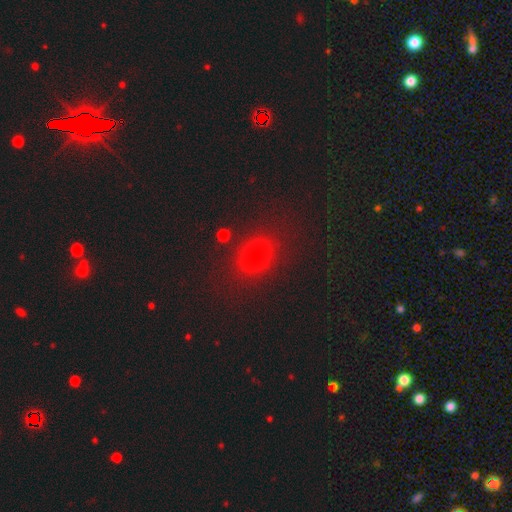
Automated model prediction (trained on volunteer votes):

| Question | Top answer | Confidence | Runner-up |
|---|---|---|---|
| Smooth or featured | smooth | 73% | star or artifact (18%) |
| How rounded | in between | 71% | round (24%) |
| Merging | none | 81% | minor disturbance (11%) |